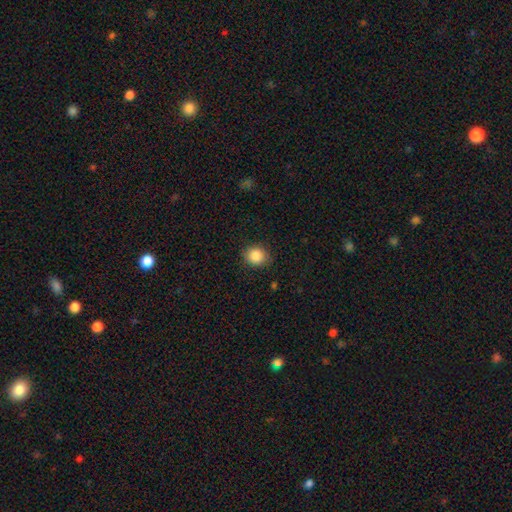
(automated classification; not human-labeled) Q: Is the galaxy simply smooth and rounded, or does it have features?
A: smooth — 86%.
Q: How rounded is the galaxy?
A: round — 72%.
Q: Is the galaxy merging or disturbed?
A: none — 86%.